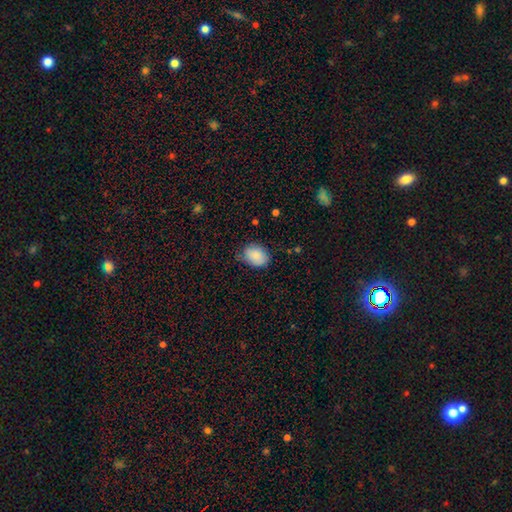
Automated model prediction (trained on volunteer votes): This appears to be a smooth galaxy with no disk features (87%) that is in between round and cigar-shaped (70%). Merging: none (66%).